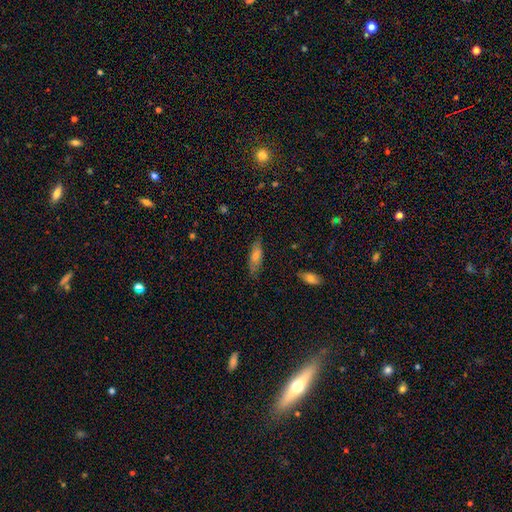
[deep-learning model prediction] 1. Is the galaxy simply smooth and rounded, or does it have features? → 55% smooth, 35% featured or disk, 10% star or artifact.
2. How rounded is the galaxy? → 55% cigar-shaped, 42% in between, 3% round.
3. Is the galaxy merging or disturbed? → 81% none, 15% minor disturbance, 3% major disturbance, 1% merger.